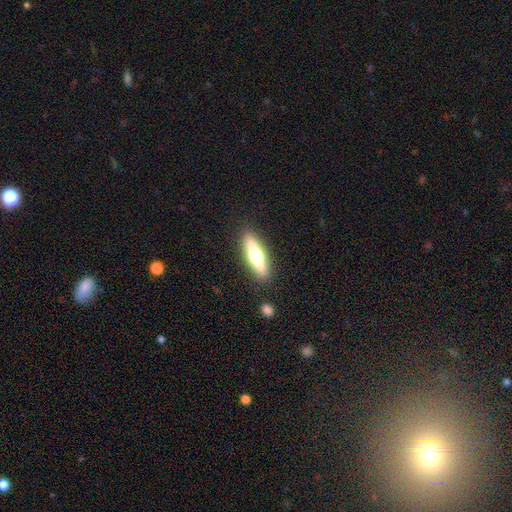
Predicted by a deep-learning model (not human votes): This appears to be a smooth galaxy with no disk features (48%). Merging: none (87%).